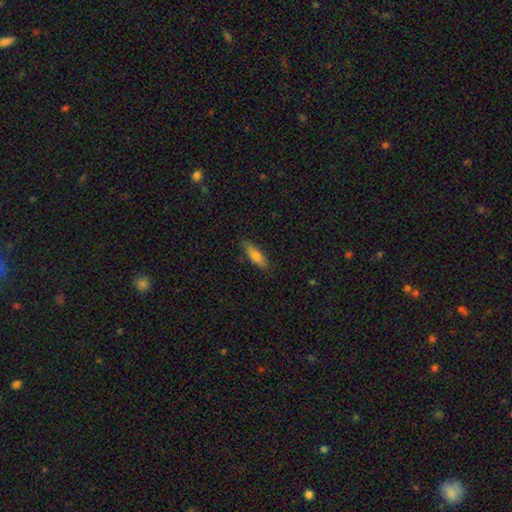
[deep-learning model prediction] Overall: smooth (73%). How rounded: cigar-shaped (51%; in between 46%). Merging: none (84%).